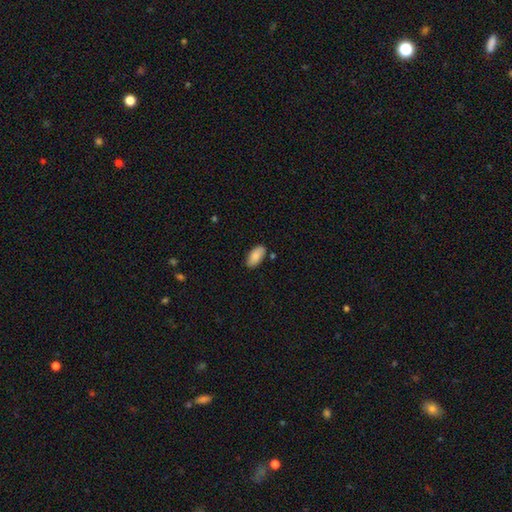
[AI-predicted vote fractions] smooth_or_featured: smooth (p=0.86) [alt: featured or disk p=0.08]
how_rounded: in between (p=0.93) [alt: cigar-shaped p=0.05]
merging: none (p=0.83) [alt: minor disturbance p=0.12]